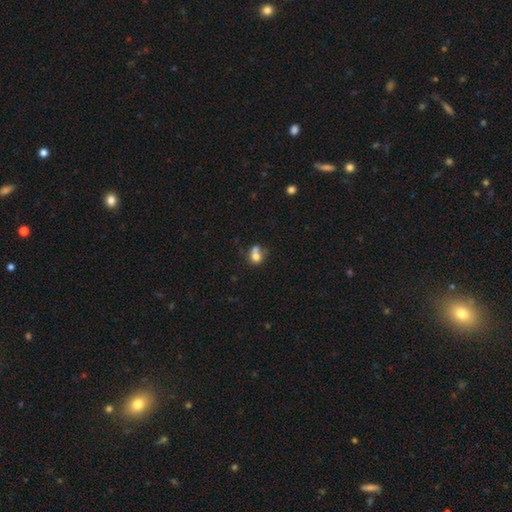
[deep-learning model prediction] A smooth galaxy with no disk features (72%) that is round (67%). Merging: merger (53%).